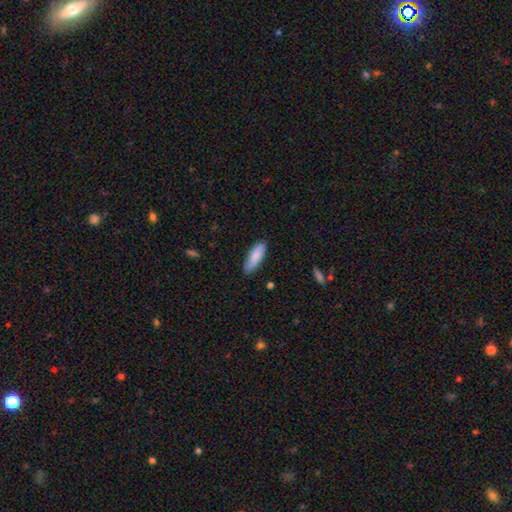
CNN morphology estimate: type=smooth (85%); roundness=in between (55%); merging=none (81%).